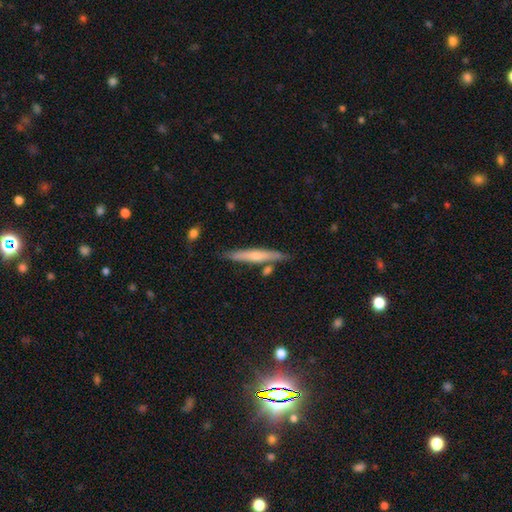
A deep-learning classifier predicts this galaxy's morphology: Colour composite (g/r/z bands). It shows a featured or disk galaxy (54%) viewed edge-on (95%) with a rounded central bulge (66%). Merging: none (81%).